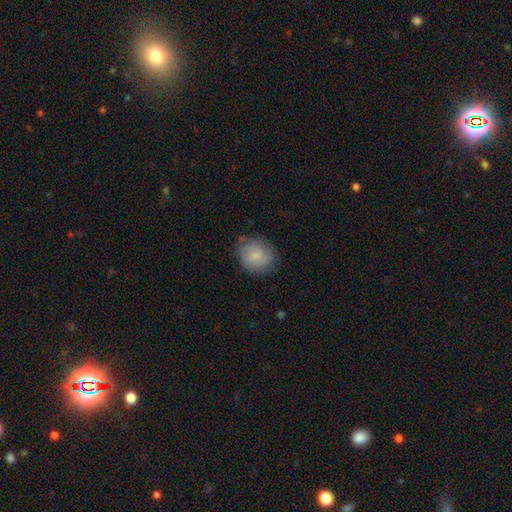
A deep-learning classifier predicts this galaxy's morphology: smooth_or_featured: smooth (p=0.79) [alt: featured or disk p=0.14]
how_rounded: round (p=0.75) [alt: in between p=0.24]
merging: none (p=0.78) [alt: minor disturbance p=0.16]